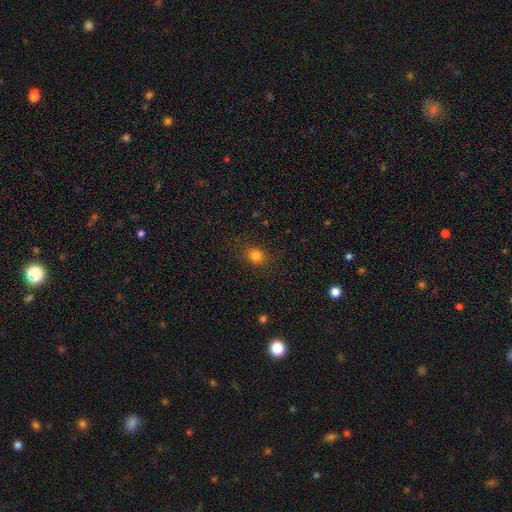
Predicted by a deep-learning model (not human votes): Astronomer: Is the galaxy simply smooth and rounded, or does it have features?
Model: smooth — 82%.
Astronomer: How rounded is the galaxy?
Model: round — 69%.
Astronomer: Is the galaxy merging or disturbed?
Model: none — 86%.